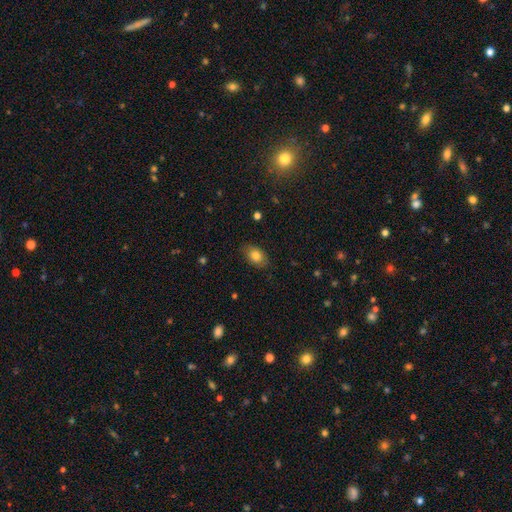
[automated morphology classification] The model was most divided on "how rounded": in between: 82%, round: 16%, cigar-shaped: 1%. More confident: merging — none (82%); smooth or featured — smooth (81%).